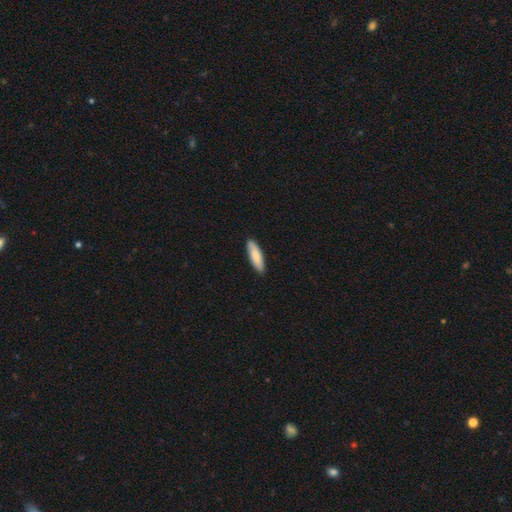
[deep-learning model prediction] Morphology: type=smooth (84%); roundness=cigar-shaped (57%); merging=none (89%).